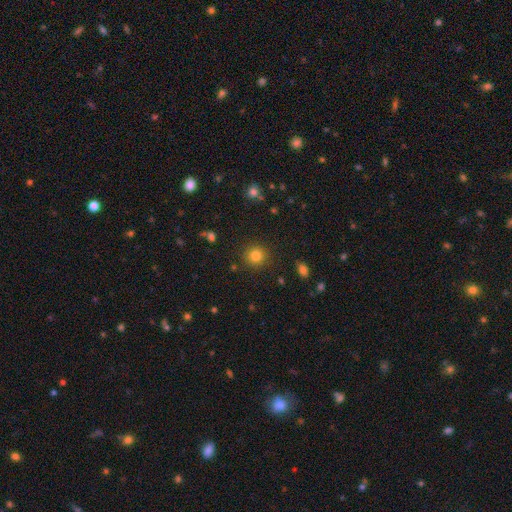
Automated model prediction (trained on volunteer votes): Smooth or featured?
  - smooth: 81% *
  - star or artifact: 13%
  - featured or disk: 6%
How rounded?
  - round: 93% *
  - in between: 6%
  - cigar-shaped: 1%
Merging?
  - none: 89% *
  - minor disturbance: 6%
  - major disturbance: 3%
  - merger: 2%